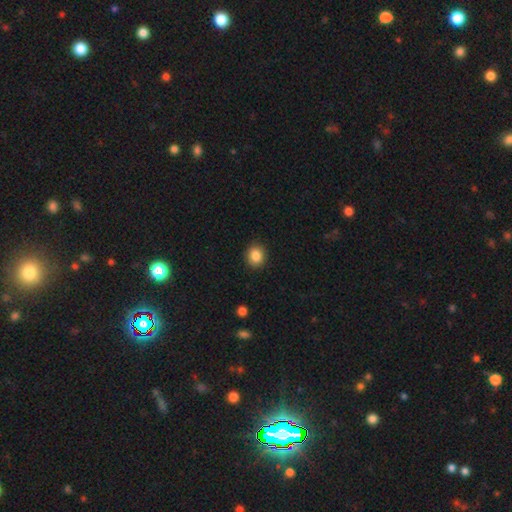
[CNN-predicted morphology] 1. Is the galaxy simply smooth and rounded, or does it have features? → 86% smooth, 10% star or artifact, 4% featured or disk.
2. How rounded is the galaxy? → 74% round, 25% in between, 1% cigar-shaped.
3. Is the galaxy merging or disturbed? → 90% none, 7% minor disturbance, 2% major disturbance, 1% merger.